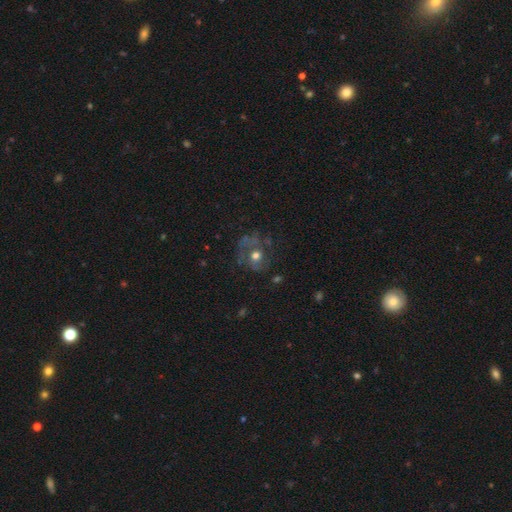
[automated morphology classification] The model was most divided on "smooth or featured": featured or disk: 50%, smooth: 37%, star or artifact: 13%. Remaining: merging — none (49%).